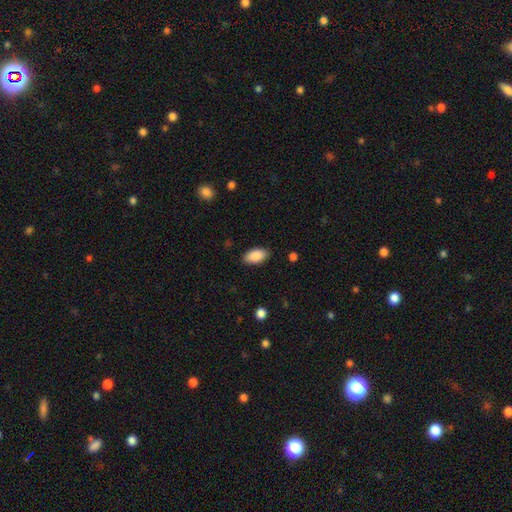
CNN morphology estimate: Smooth or featured?
  - smooth: 90% *
  - star or artifact: 6%
  - featured or disk: 4%
How rounded?
  - in between: 95% *
  - round: 3%
  - cigar-shaped: 2%
Merging?
  - none: 87% *
  - minor disturbance: 9%
  - major disturbance: 2%
  - merger: 1%